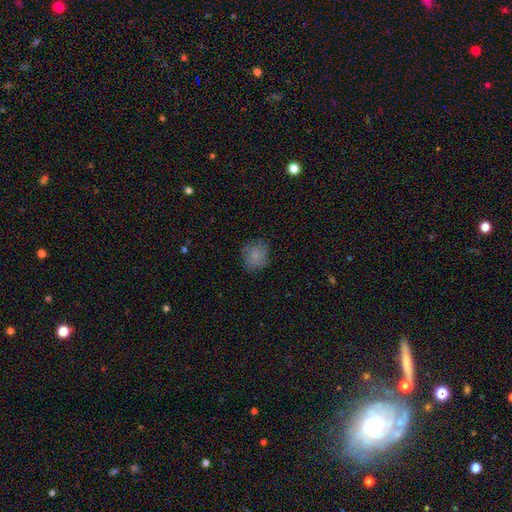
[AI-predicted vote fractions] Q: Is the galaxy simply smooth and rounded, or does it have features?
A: smooth — 83%.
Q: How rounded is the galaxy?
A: round — 78%.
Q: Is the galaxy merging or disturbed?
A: none — 76%.